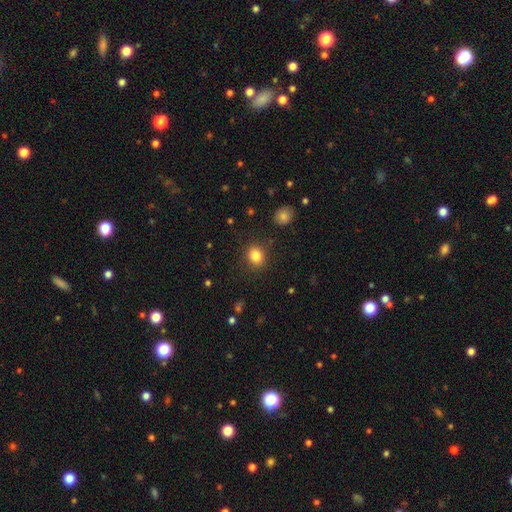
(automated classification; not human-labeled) A smooth galaxy with no disk features (83%) that is round (72%). Merging: none (86%).